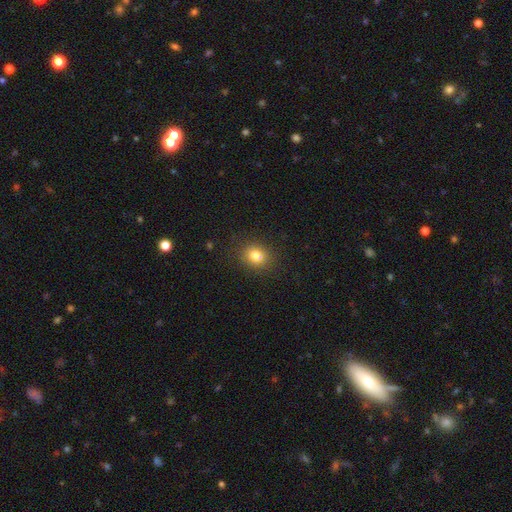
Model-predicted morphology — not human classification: Smooth or featured: smooth — 81% (star or artifact — 12%)
How rounded: round — 68% (in between — 31%)
Merging: none — 85% (minor disturbance — 10%)